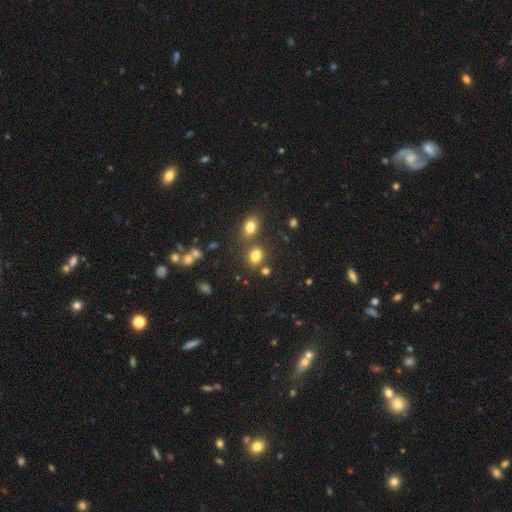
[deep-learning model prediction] smooth_or_featured: smooth (p=0.79) [alt: star or artifact p=0.14]
how_rounded: in between (p=0.67) [alt: round p=0.32]
merging: none (p=0.62) [alt: merger p=0.21]